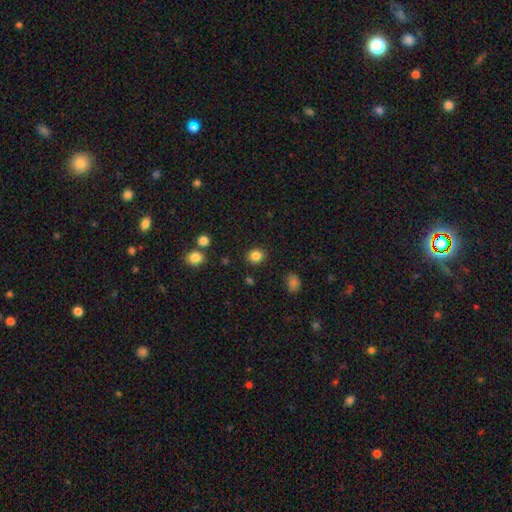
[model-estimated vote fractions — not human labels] smooth-or-featured: smooth: 85% | star or artifact: 11% | featured or disk: 4%
  how-rounded: round: 77% | in between: 23% | cigar-shaped: 1%
  merging: none: 88% | minor disturbance: 7% | major disturbance: 2% | merger: 2%